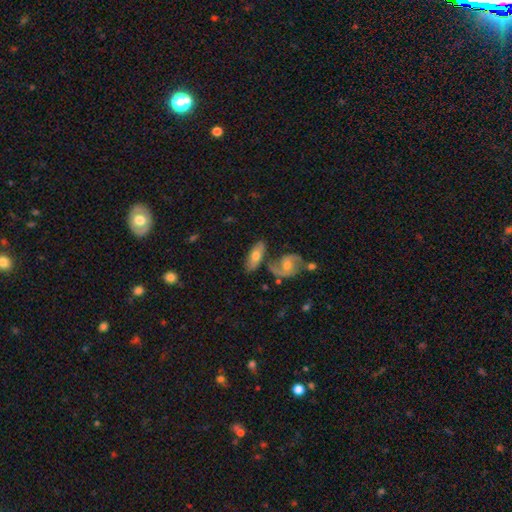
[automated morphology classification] smooth_or_featured: smooth (p=0.55) [alt: featured or disk p=0.39]
how_rounded: in between (p=0.78) [alt: cigar-shaped p=0.18]
merging: none (p=0.54) [alt: merger p=0.24]